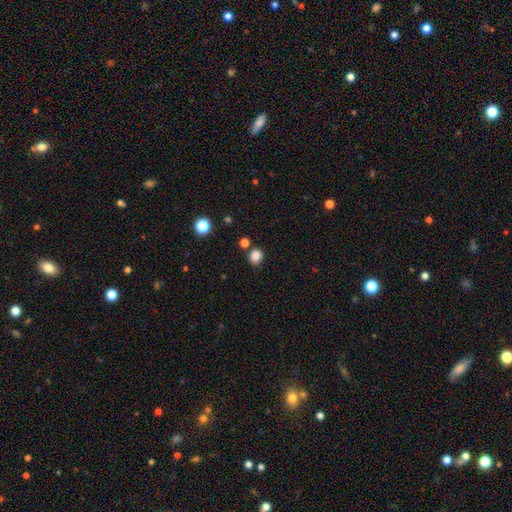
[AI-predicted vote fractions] Smooth or featured? Predicted: smooth (p=0.84). How rounded? Predicted: round (p=0.67). Merging? Predicted: none (p=0.77).